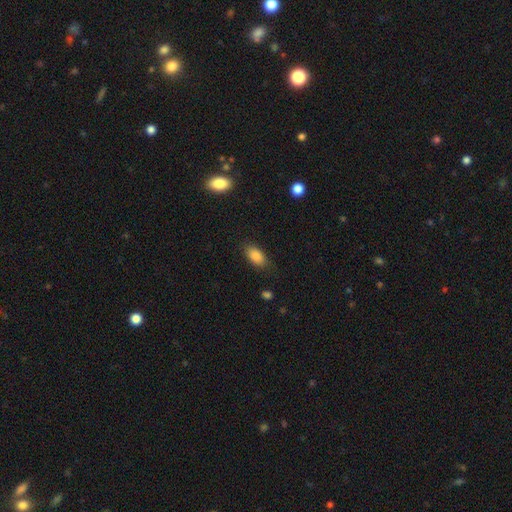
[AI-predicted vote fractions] A smooth galaxy with no disk features (87%) that is in between round and cigar-shaped (90%). Merging: none (81%).